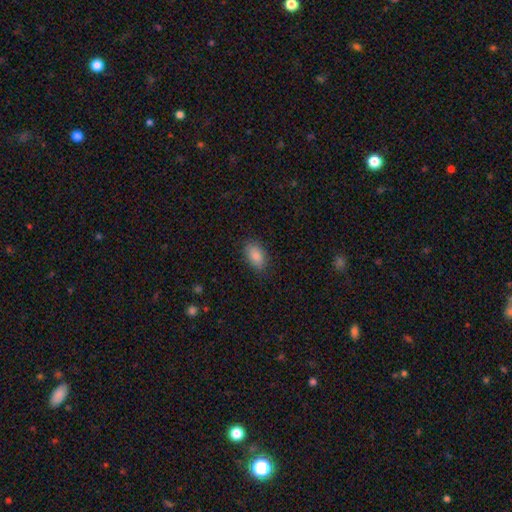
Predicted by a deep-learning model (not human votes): Morphology: type=smooth (87%); roundness=in between (92%); merging=none (86%).